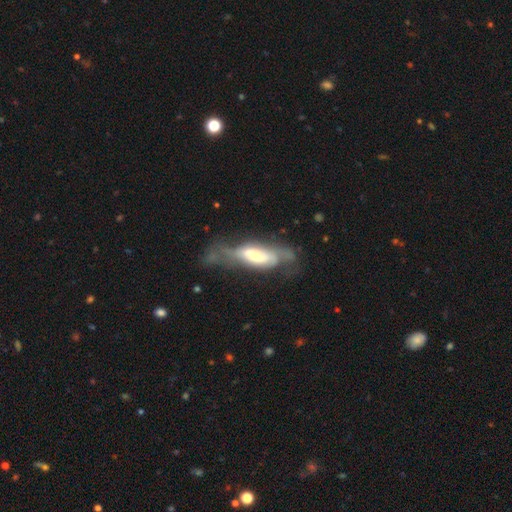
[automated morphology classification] A featured or disk galaxy (59%). Merging: major disturbance (38%).